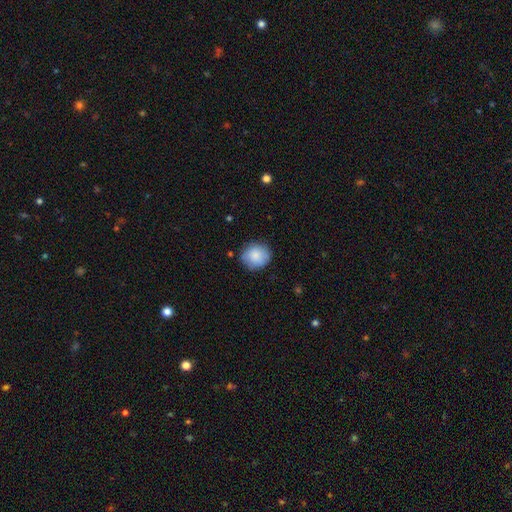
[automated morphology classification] Smooth or featured? smooth (85%)
How rounded? round (81%)
Merging? none (81%)